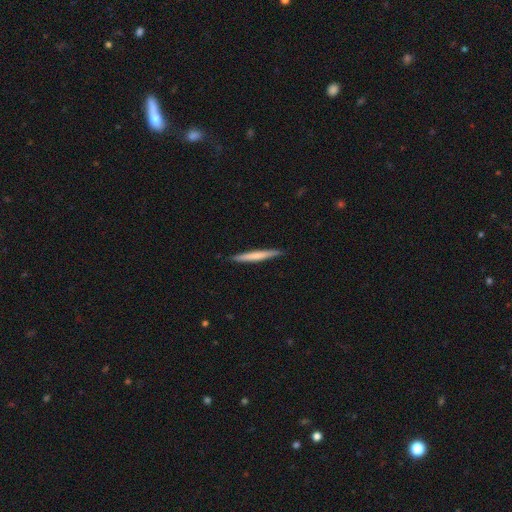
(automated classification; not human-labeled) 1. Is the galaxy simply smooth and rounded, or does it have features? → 60% smooth, 35% featured or disk, 5% star or artifact.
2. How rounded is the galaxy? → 97% cigar-shaped, 2% in between, 1% round.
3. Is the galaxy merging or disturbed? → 90% none, 7% minor disturbance, 1% major disturbance, 1% merger.